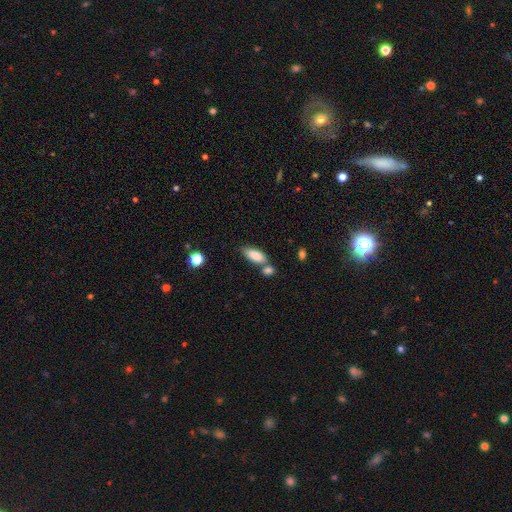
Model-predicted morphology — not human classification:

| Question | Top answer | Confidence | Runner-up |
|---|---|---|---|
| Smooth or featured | smooth | 83% | featured or disk (10%) |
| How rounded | in between | 79% | cigar-shaped (18%) |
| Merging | none | 53% | merger (30%) |